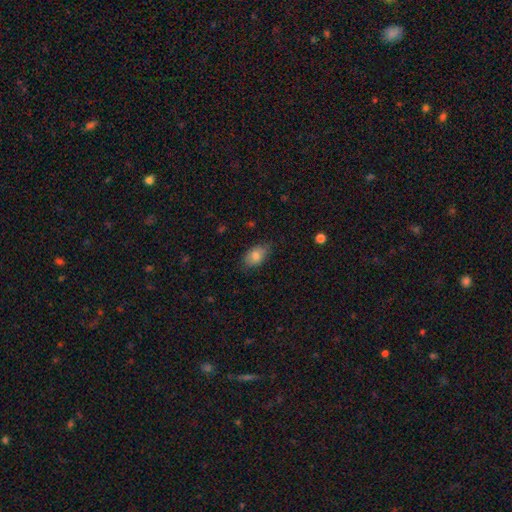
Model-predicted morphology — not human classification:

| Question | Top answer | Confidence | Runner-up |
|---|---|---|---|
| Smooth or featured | smooth | 83% | featured or disk (10%) |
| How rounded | in between | 89% | round (9%) |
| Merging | none | 73% | minor disturbance (22%) |